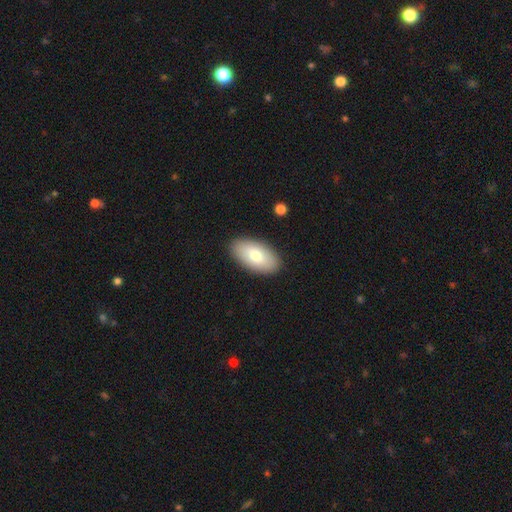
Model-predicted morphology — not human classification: This is likely a smooth galaxy (74%). How rounded: clearly in between (94%). Merging: clearly none (89%).